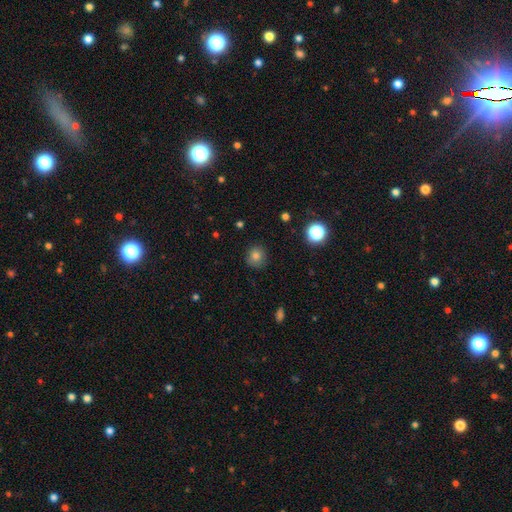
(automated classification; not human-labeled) The model was most divided on "smooth or featured": smooth: 80%, star or artifact: 13%, featured or disk: 7%. More confident: how rounded — round (88%); merging — none (87%).